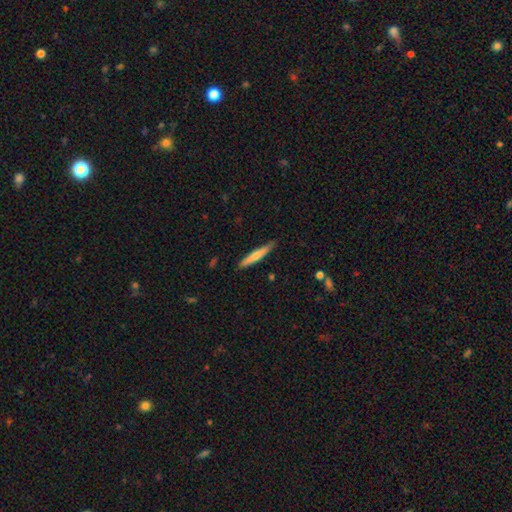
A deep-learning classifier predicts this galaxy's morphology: Smooth or featured?
  - smooth: 62% *
  - featured or disk: 32%
  - star or artifact: 5%
How rounded?
  - cigar-shaped: 94% *
  - in between: 5%
  - round: 1%
Merging?
  - none: 87% *
  - minor disturbance: 10%
  - major disturbance: 2%
  - merger: 1%